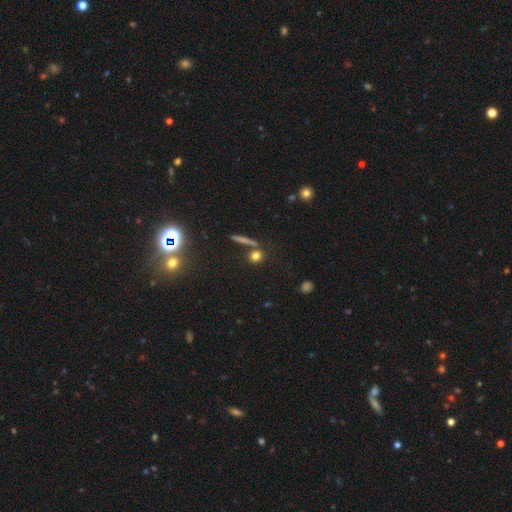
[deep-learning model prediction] The model was most divided on "smooth or featured": smooth: 71%, star or artifact: 18%, featured or disk: 11%. More confident: how rounded — round (77%); merging — none (72%).